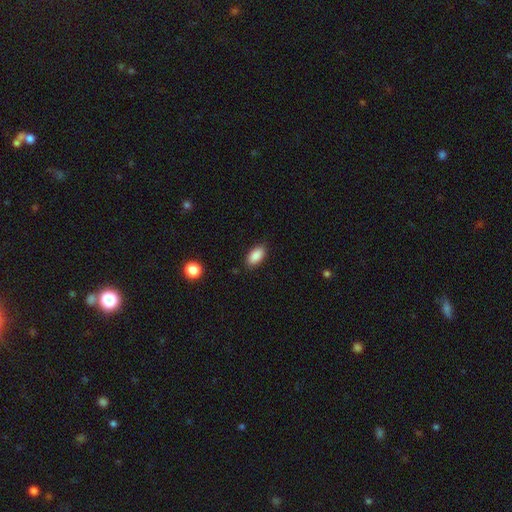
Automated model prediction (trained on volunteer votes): Morphology: type=smooth (88%); roundness=in between (93%); merging=none (85%).